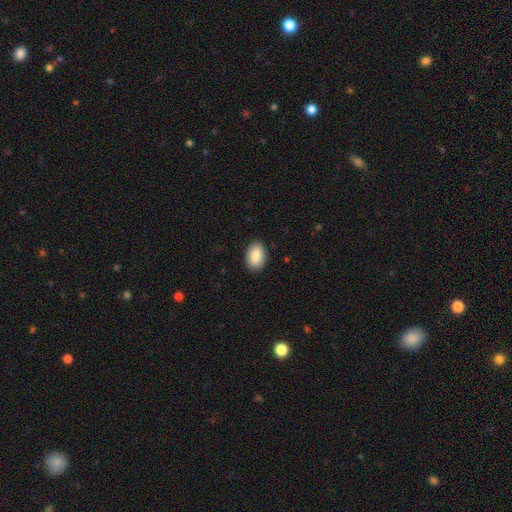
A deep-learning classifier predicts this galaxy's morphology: This appears to be a smooth galaxy with no disk features (87%) that is in between round and cigar-shaped (91%). Merging: none (89%).